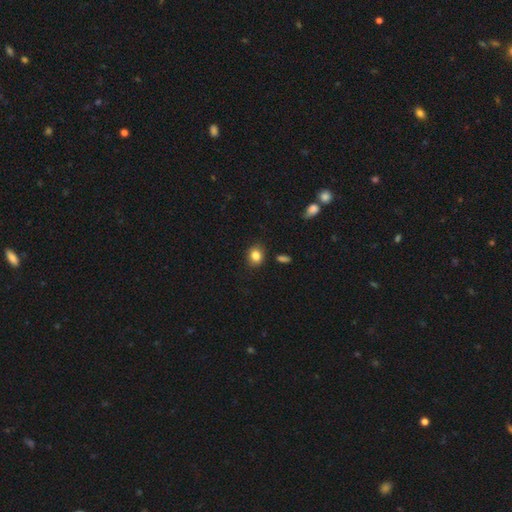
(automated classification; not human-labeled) Q: Smooth or featured?
A: smooth (83%); runner-up: star or artifact (10%)
Q: How rounded?
A: round (60%); runner-up: in between (39%)
Q: Merging?
A: none (85%); runner-up: minor disturbance (10%)